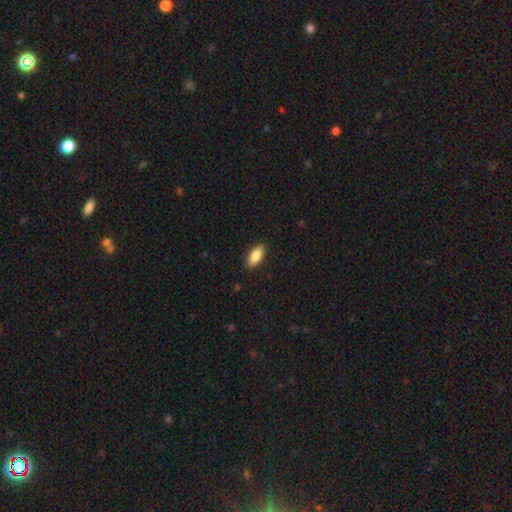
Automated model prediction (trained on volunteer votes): A smooth galaxy with no disk features (83%) that is in between round and cigar-shaped (86%).

Vote fractions:
- Smooth or featured? smooth: 83% / featured or disk: 10% / star or artifact: 6%
- How rounded? in between: 86% / cigar-shaped: 12% / round: 2%
- Merging? none: 89% / minor disturbance: 9% / major disturbance: 2% / merger: 1%